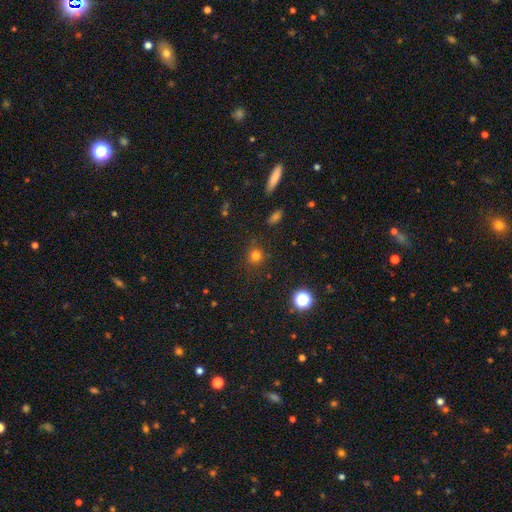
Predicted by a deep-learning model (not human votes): A smooth galaxy with no disk features (75%) that is round (90%). Merging: none (83%).